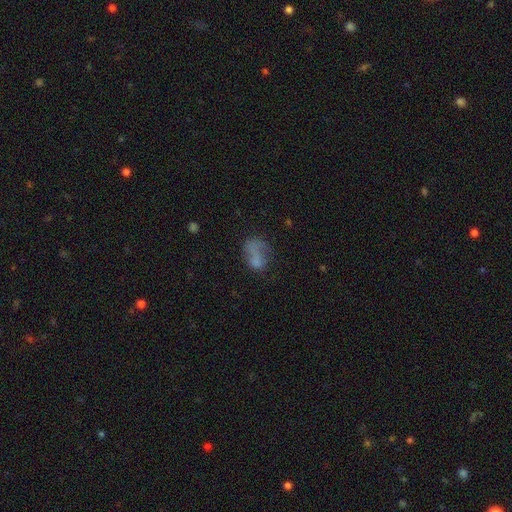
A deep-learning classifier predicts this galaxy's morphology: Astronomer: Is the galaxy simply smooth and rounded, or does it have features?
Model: smooth — 58%.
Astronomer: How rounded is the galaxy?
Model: in between — 78%.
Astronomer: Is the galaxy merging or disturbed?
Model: major disturbance — 32% (runner-up: none, 31%).